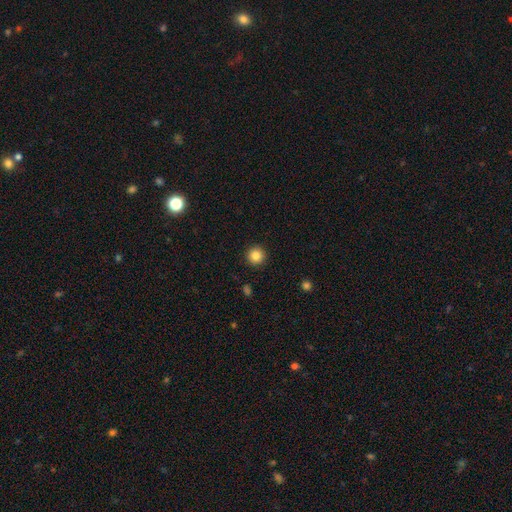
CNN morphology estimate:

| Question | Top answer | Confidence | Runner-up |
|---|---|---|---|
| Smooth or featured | smooth | 84% | star or artifact (11%) |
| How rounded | round | 95% | in between (4%) |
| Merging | none | 93% | minor disturbance (5%) |